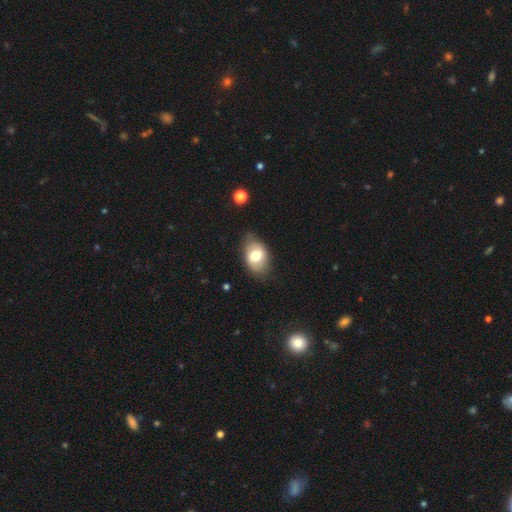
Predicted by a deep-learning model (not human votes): Smooth or featured? smooth (68%)
How rounded? in between (86%)
Merging? none (72%)